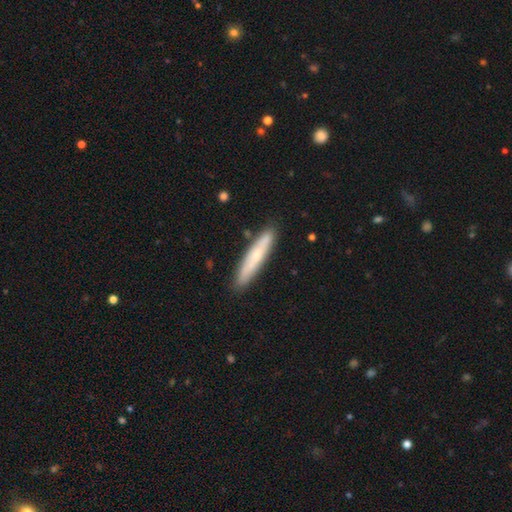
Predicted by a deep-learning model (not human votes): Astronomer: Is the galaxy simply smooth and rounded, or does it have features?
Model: smooth — 63%.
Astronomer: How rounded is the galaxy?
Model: cigar-shaped — 92%.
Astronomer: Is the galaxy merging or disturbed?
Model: none — 86%.